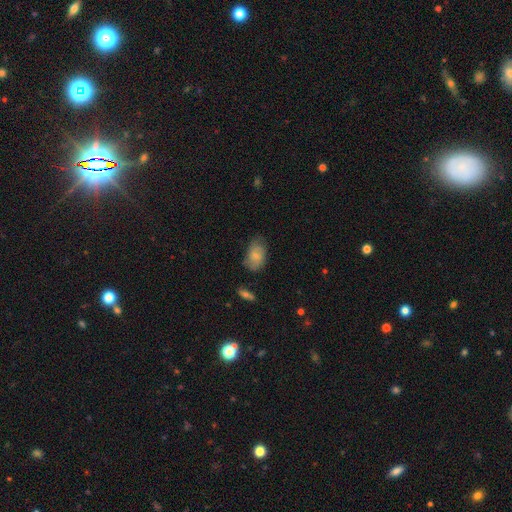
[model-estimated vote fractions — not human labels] Smooth or featured: smooth — 66% (featured or disk — 26%)
How rounded: in between — 88% (round — 10%)
Merging: none — 63% (minor disturbance — 27%)